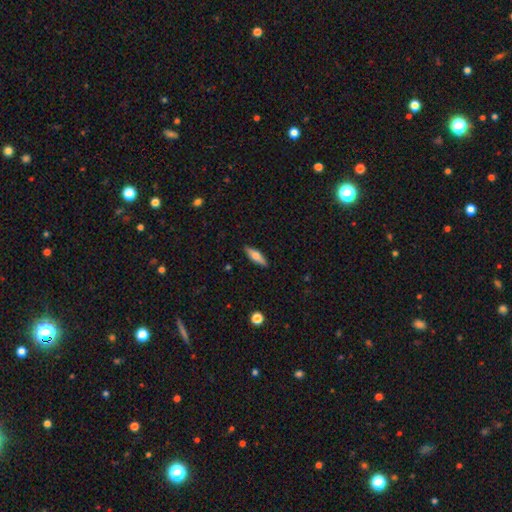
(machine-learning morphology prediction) The model was most divided on "how rounded": cigar-shaped: 57%, in between: 41%, round: 3%. More confident: merging — none (89%); smooth or featured — smooth (55%).